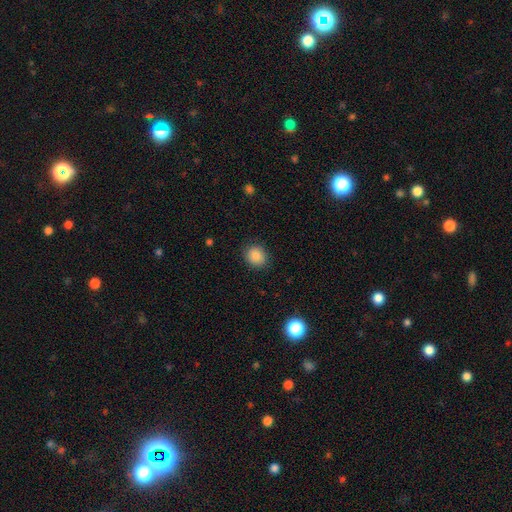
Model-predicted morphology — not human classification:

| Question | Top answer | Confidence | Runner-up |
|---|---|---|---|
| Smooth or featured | smooth | 86% | star or artifact (10%) |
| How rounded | round | 79% | in between (21%) |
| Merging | none | 88% | minor disturbance (8%) |